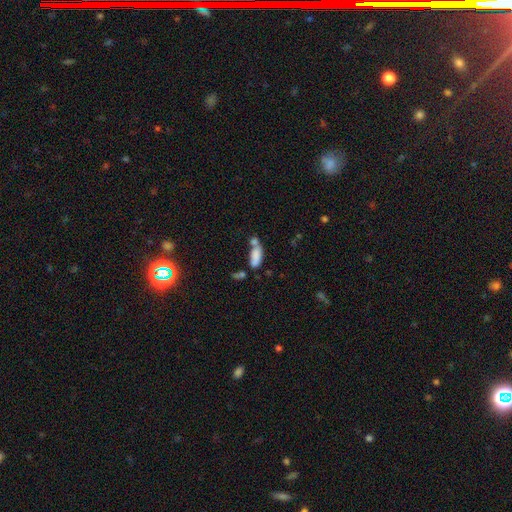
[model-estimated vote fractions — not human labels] This is clearly a smooth galaxy (80%). How rounded: likely in between (79%). Merging: possibly merger (45%).